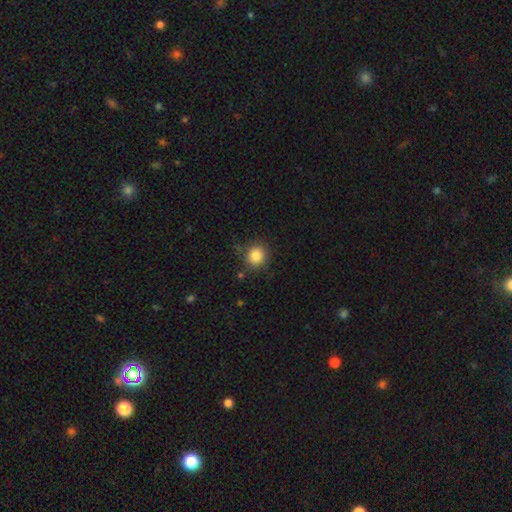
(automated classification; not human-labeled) Smooth or featured?
  - smooth: 86% *
  - star or artifact: 10%
  - featured or disk: 5%
How rounded?
  - round: 89% *
  - in between: 10%
  - cigar-shaped: 1%
Merging?
  - none: 83% *
  - minor disturbance: 11%
  - major disturbance: 3%
  - merger: 2%